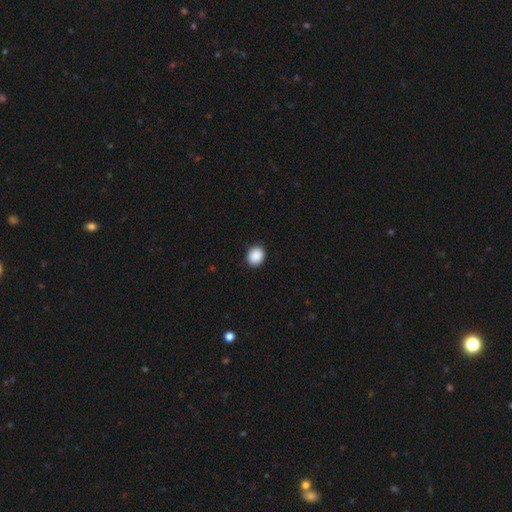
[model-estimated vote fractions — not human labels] smooth-or-featured: smooth: 90% | star or artifact: 8% | featured or disk: 2%
  how-rounded: round: 73% | in between: 26% | cigar-shaped: 1%
  merging: none: 91% | minor disturbance: 6% | major disturbance: 2% | merger: 1%